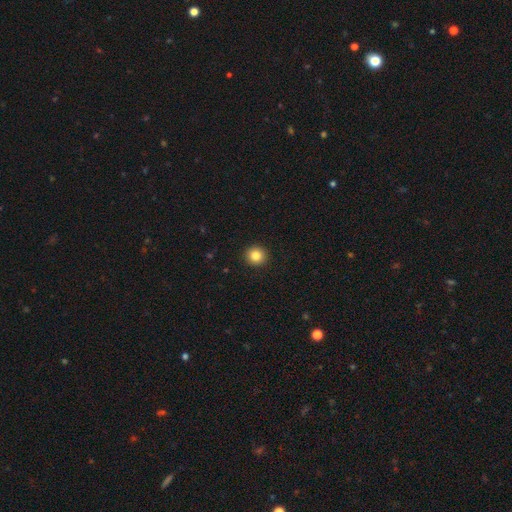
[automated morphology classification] This appears to be a smooth galaxy with no disk features (84%) that is round (93%). Merging: none (93%).